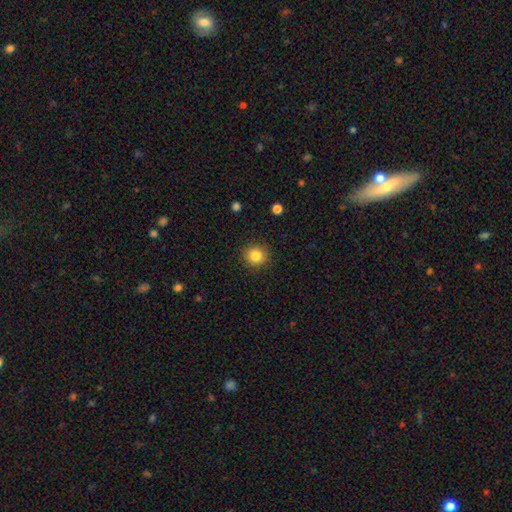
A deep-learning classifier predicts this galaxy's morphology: The model was most divided on "smooth or featured": smooth: 84%, star or artifact: 10%, featured or disk: 6%. More confident: how rounded — round (91%); merging — none (90%).